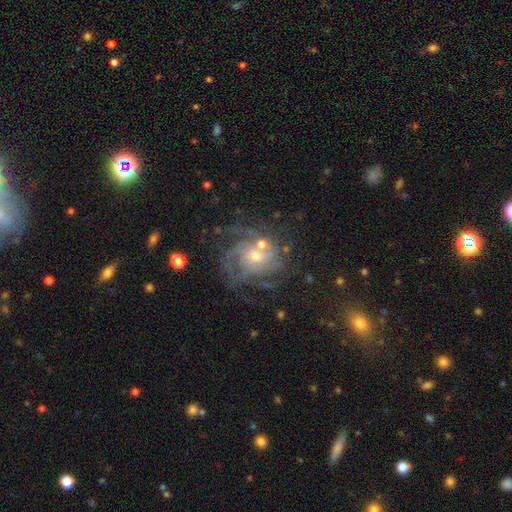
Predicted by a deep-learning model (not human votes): Smooth or featured?
  - featured or disk: 82% *
  - star or artifact: 9%
  - smooth: 8%
Edge-on disk?
  - no: 97% *
  - yes: 3%
Bar?
  - no: 73% *
  - weak: 23%
  - strong: 4%
Spiral arms?
  - yes: 94% *
  - no: 6%
Spiral winding?
  - tight: 57% *
  - medium: 34%
  - loose: 9%
Spiral arm count?
  - can't tell: 30% *
  - 4: 23%
  - 3: 19%
  - more than 4: 12%
  - 2: 9%
  - 1: 6%
Bulge size?
  - moderate: 53% *
  - small: 39%
  - large: 5%
  - none: 3%
  - dominant: 1%
Merging?
  - none: 64% *
  - minor disturbance: 17%
  - major disturbance: 12%
  - merger: 7%